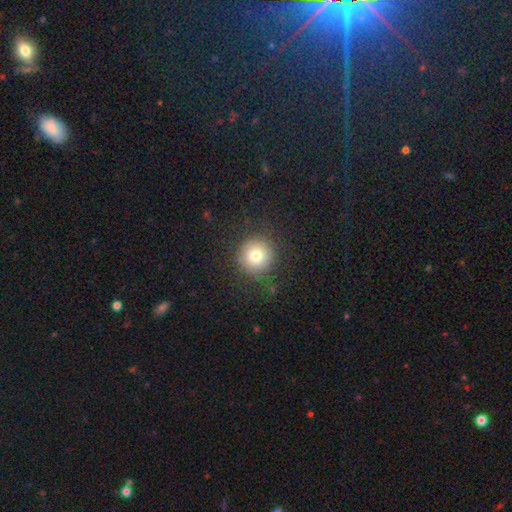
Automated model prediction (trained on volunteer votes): smooth_or_featured: smooth (p=0.78) [alt: star or artifact p=0.12]
how_rounded: round (p=0.95) [alt: in between p=0.04]
merging: none (p=0.86) [alt: minor disturbance p=0.08]